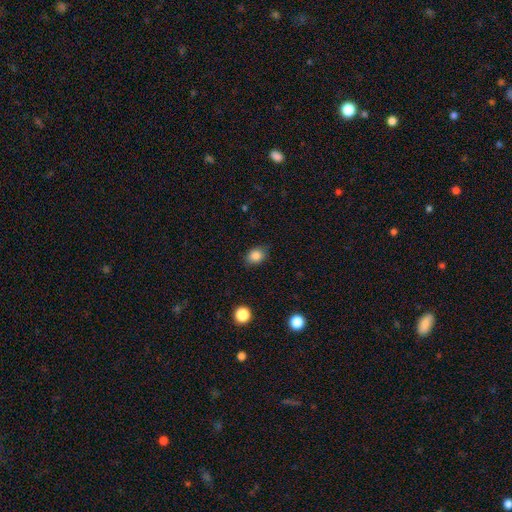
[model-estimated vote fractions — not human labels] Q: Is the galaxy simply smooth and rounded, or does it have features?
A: smooth — 85%.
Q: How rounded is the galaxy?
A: in between — 54%.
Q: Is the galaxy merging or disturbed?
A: none — 84%.